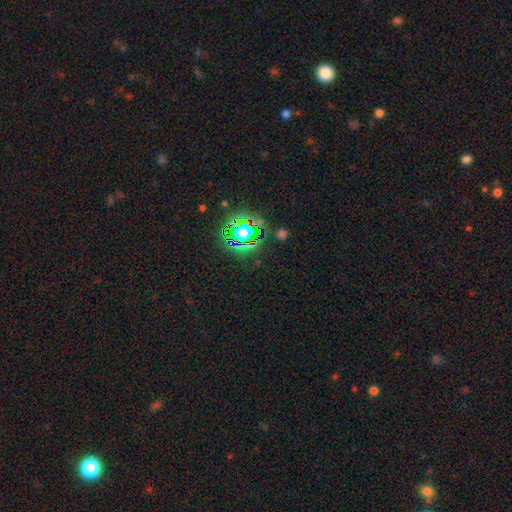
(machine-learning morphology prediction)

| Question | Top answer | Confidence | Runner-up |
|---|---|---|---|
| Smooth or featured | star or artifact | 77% | smooth (15%) |